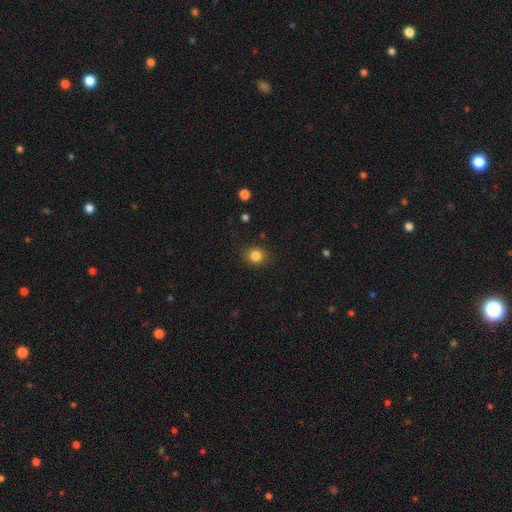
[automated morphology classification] The model was most divided on "how rounded": round: 76%, in between: 23%, cigar-shaped: 1%. More confident: merging — none (87%); smooth or featured — smooth (84%).